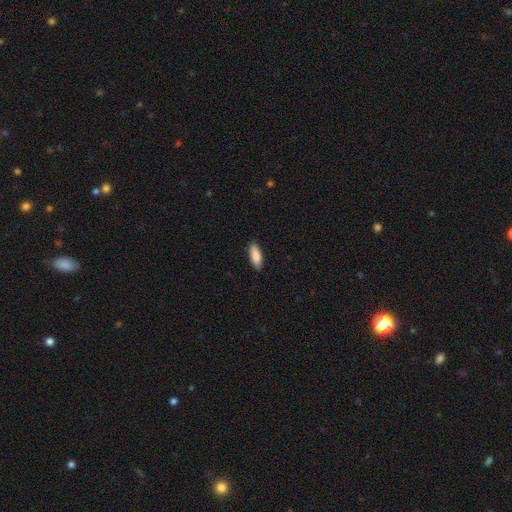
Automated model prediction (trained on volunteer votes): The model was most divided on "how rounded": in between: 71%, cigar-shaped: 28%, round: 2%. More confident: merging — none (88%); smooth or featured — smooth (88%).